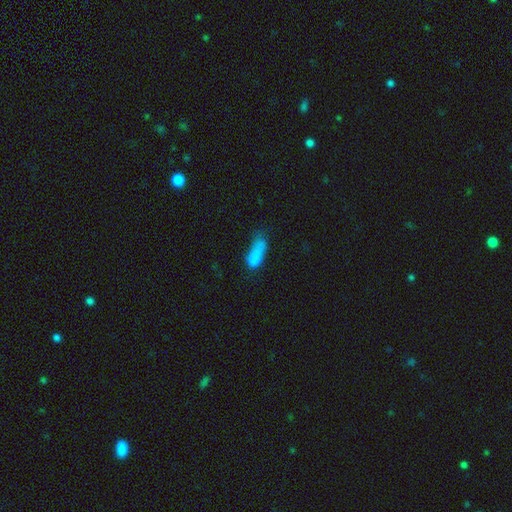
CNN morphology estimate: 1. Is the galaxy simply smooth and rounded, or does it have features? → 77% smooth, 12% featured or disk, 11% star or artifact.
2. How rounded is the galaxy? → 73% in between, 23% cigar-shaped, 4% round.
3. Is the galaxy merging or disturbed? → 33% major disturbance, 31% minor disturbance, 26% none, 9% merger.